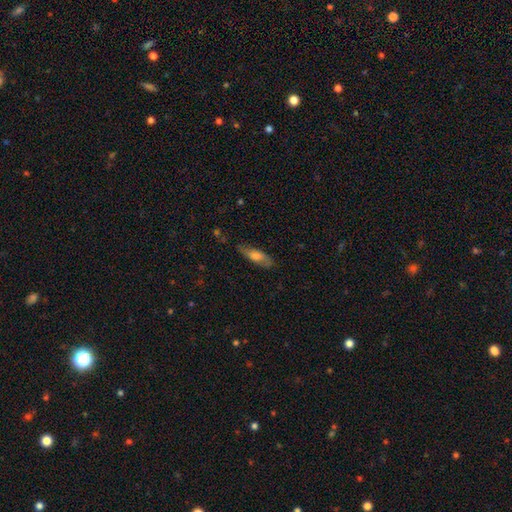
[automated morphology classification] smooth_or_featured: smooth (p=0.61) [alt: featured or disk p=0.32]
how_rounded: in between (p=0.49) [alt: cigar-shaped p=0.48]
merging: none (p=0.73) [alt: minor disturbance p=0.20]